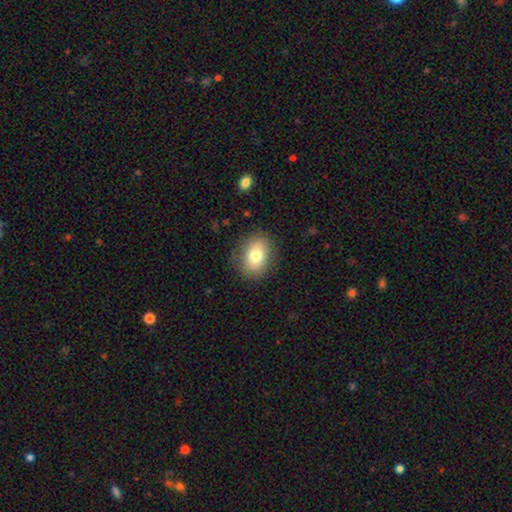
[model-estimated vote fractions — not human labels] Morphology: type=smooth (78%); roundness=in between (73%); merging=none (85%).